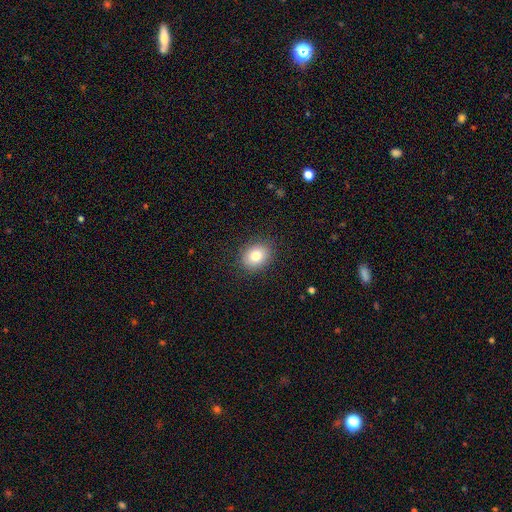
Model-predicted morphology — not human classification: Smooth or featured? smooth (82%)
How rounded? in between (51%)
Merging? none (87%)